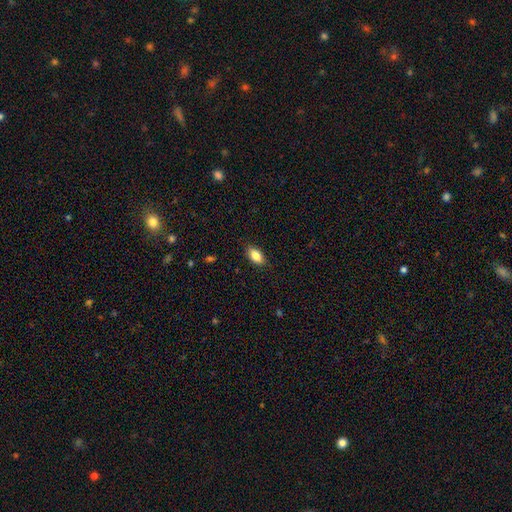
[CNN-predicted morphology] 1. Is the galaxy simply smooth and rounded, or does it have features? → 84% smooth, 9% featured or disk, 7% star or artifact.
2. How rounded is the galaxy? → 90% in between, 6% cigar-shaped, 4% round.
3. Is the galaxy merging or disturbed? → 87% none, 10% minor disturbance, 2% major disturbance, 1% merger.